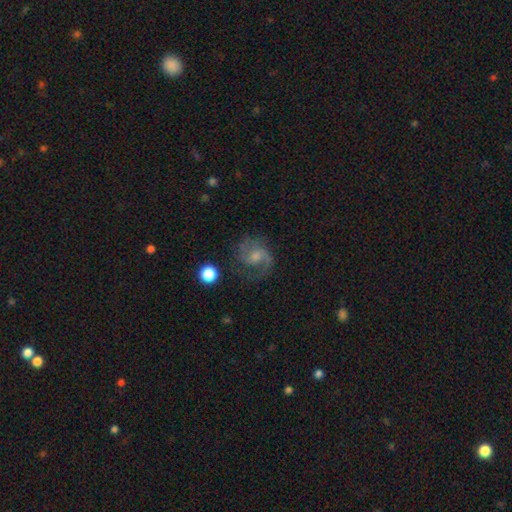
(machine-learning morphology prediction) smooth-or-featured: featured or disk: 78% | smooth: 13% | star or artifact: 9%
  disk-edge-on: no: 98% | yes: 2%
    bar: weak: 47% | no: 44% | strong: 9%
    has-spiral-arms: yes: 95% | no: 5%
      spiral-winding: medium: 53% | loose: 25% | tight: 21%
      spiral-arm-count: 2: 78% | 1: 10% | can't tell: 7% | 3: 3% | 4: 1% | more than 4: 1%
    bulge-size: moderate: 42% | small: 41% | none: 11% | large: 5% | dominant: 1%
  merging: none: 71% | minor disturbance: 16% | major disturbance: 11% | merger: 2%